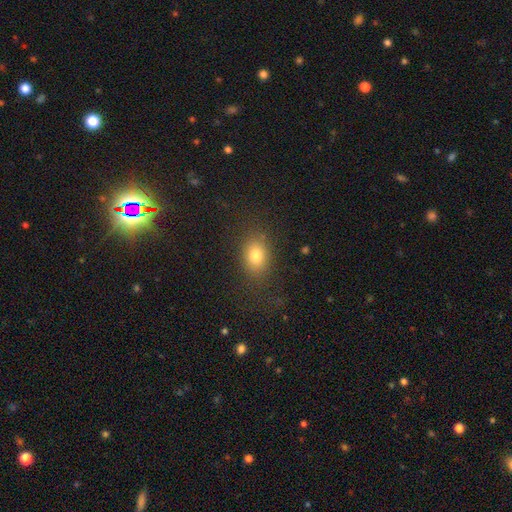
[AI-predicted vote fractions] smooth-or-featured: smooth: 79% | star or artifact: 11% | featured or disk: 10%
  how-rounded: in between: 71% | round: 27% | cigar-shaped: 2%
  merging: none: 80% | minor disturbance: 12% | major disturbance: 7% | merger: 1%